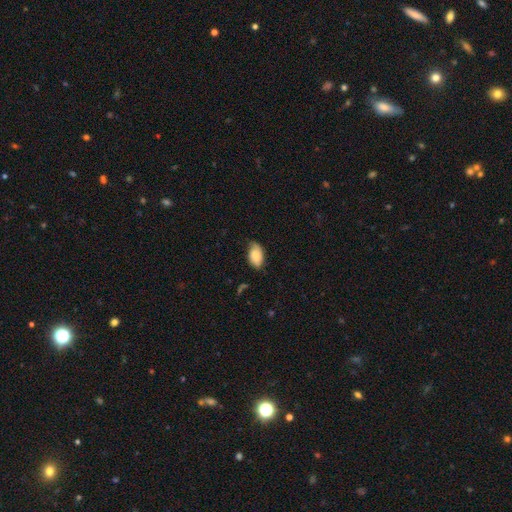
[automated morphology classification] A smooth galaxy with no disk features (76%) that is in between round and cigar-shaped (93%).

Vote fractions:
- Smooth or featured? smooth: 76% / featured or disk: 17% / star or artifact: 7%
- How rounded? in between: 93% / round: 5% / cigar-shaped: 2%
- Merging? none: 61% / minor disturbance: 31% / major disturbance: 7% / merger: 2%